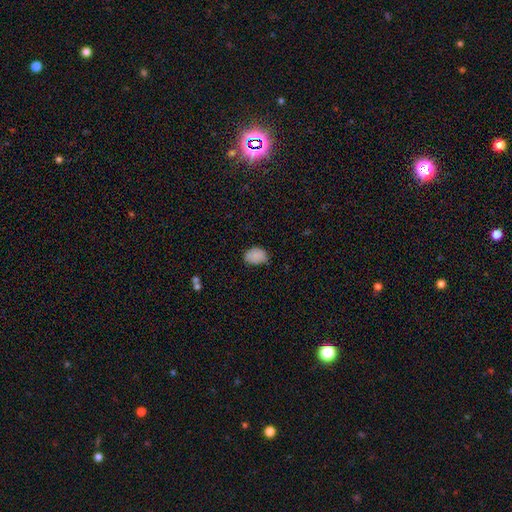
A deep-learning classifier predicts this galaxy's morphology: This is clearly a smooth galaxy (86%). How rounded: likely in between (77%). Merging: likely none (69%).